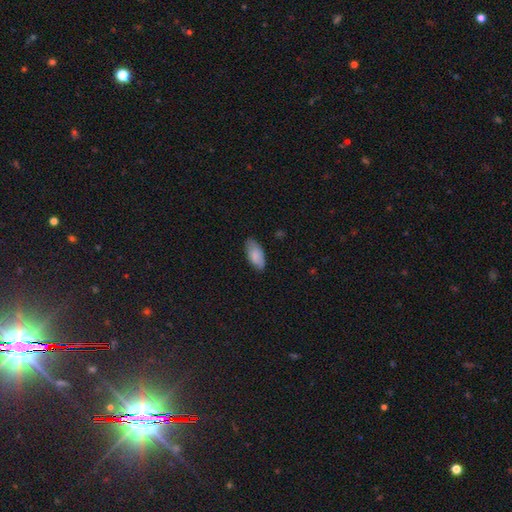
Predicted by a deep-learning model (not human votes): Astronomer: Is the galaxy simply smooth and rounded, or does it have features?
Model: smooth — 81%.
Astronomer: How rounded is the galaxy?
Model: in between — 92%.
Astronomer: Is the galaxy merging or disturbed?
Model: none — 73%.